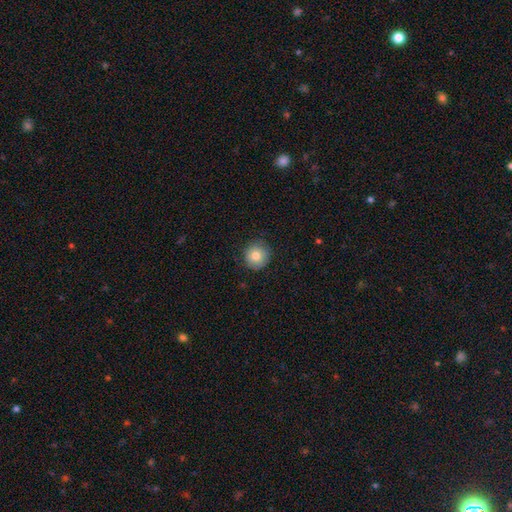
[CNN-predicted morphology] This is likely a smooth galaxy (79%). How rounded: clearly round (94%). Merging: clearly none (84%).